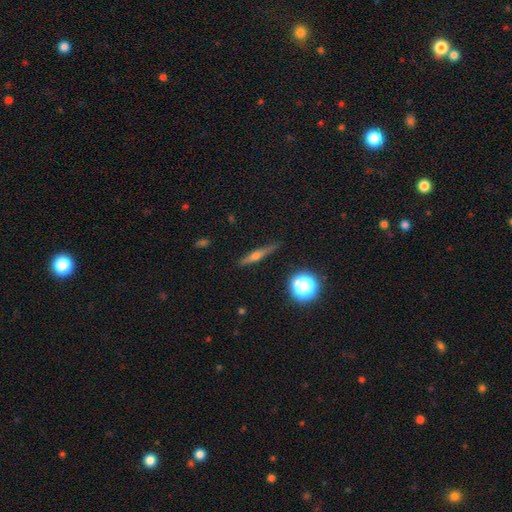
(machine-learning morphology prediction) Q: Smooth or featured?
A: featured or disk (59%); runner-up: smooth (30%)
Q: Edge-on disk?
A: yes (96%); runner-up: no (4%)
Q: Edge-on bulge?
A: rounded (89%); runner-up: none (6%)
Q: Merging?
A: none (86%); runner-up: minor disturbance (10%)